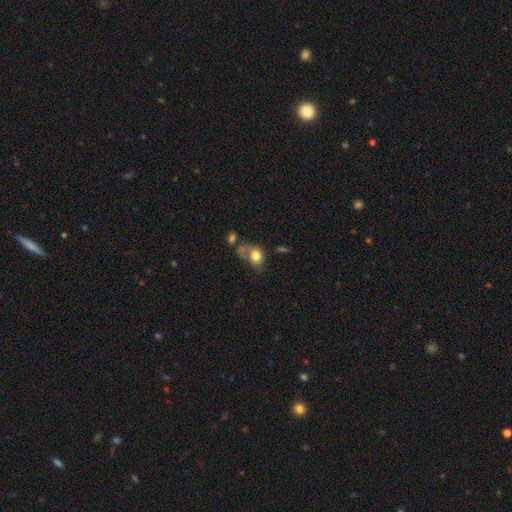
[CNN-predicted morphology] Smooth or featured? Predicted: smooth (p=0.72). How rounded? Predicted: in between (p=0.53). Merging? Predicted: major disturbance (p=0.35).